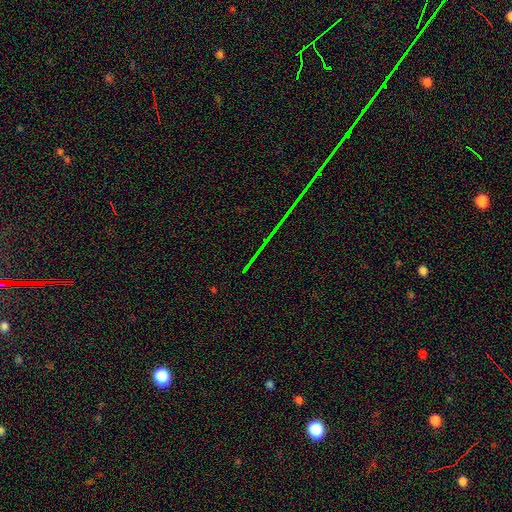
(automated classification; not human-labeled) A star or artifact, not a galaxy (79%).

Vote fractions:
- Smooth or featured? star or artifact: 79% / featured or disk: 13% / smooth: 8%